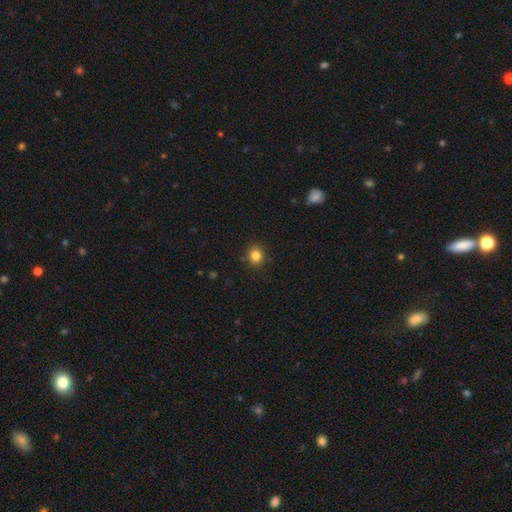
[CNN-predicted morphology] Overall: smooth (83%). How rounded: round (83%). Merging: none (89%).